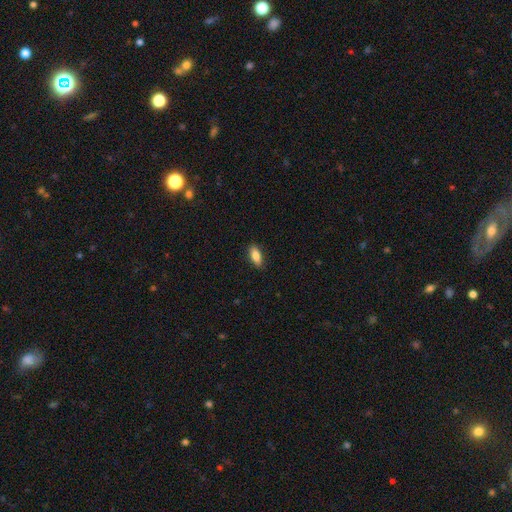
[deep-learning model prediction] This is clearly a smooth galaxy (85%). How rounded: clearly in between (82%). Merging: clearly none (88%).